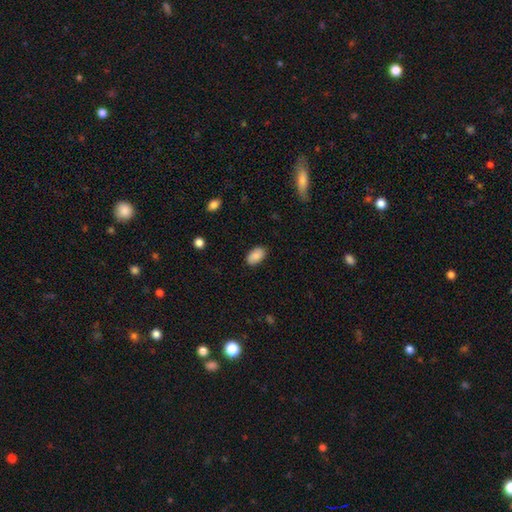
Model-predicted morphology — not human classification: smooth-or-featured: smooth: 88% | star or artifact: 7% | featured or disk: 5%
  how-rounded: in between: 93% | round: 5% | cigar-shaped: 1%
  merging: none: 86% | minor disturbance: 11% | major disturbance: 2% | merger: 1%